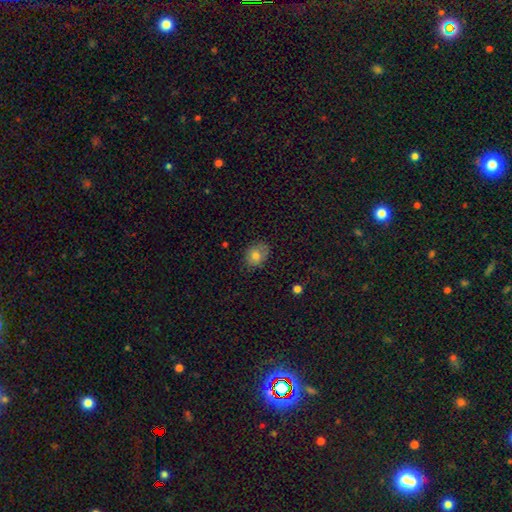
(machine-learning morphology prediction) Smooth or featured? smooth (76%)
How rounded? in between (55%)
Merging? none (74%)